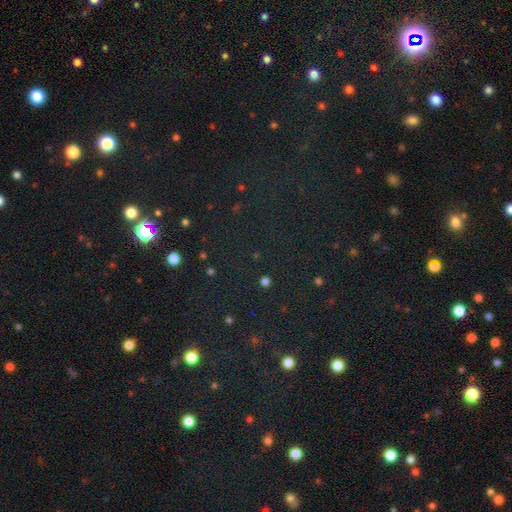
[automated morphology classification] Overall: star or artifact (74%).